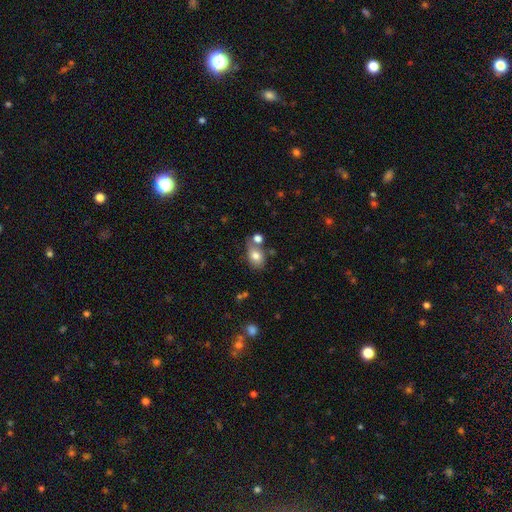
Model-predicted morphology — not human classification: Smooth or featured: smooth — 76% (featured or disk — 15%)
How rounded: in between — 78% (round — 20%)
Merging: none — 51% (merger — 25%)